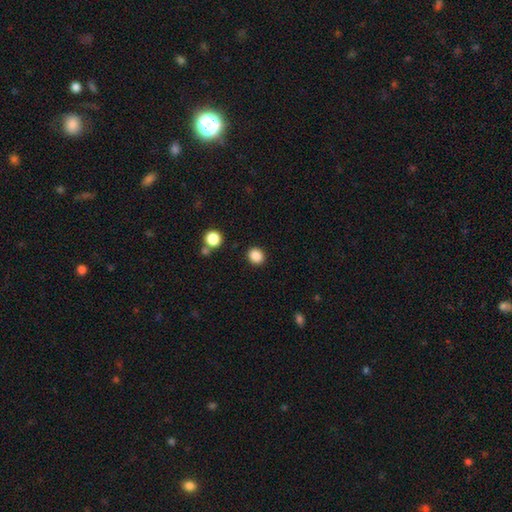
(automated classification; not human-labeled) smooth-or-featured: smooth: 87% | star or artifact: 10% | featured or disk: 3%
  how-rounded: round: 69% | in between: 30% | cigar-shaped: 1%
  merging: none: 89% | minor disturbance: 7% | major disturbance: 2% | merger: 2%